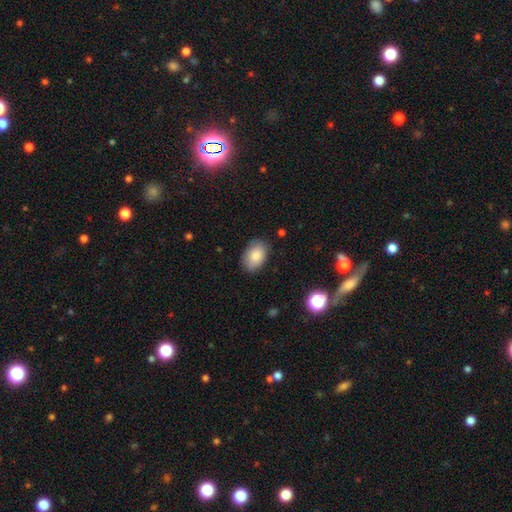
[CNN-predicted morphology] This is clearly a smooth galaxy (86%). How rounded: clearly in between (88%). Merging: clearly none (82%).